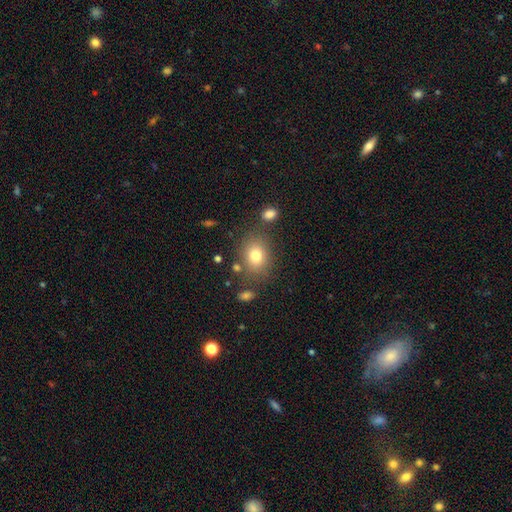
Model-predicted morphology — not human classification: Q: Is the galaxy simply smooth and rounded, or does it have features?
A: smooth — 77%.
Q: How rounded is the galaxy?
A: in between — 52%.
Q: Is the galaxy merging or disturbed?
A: none — 75%.